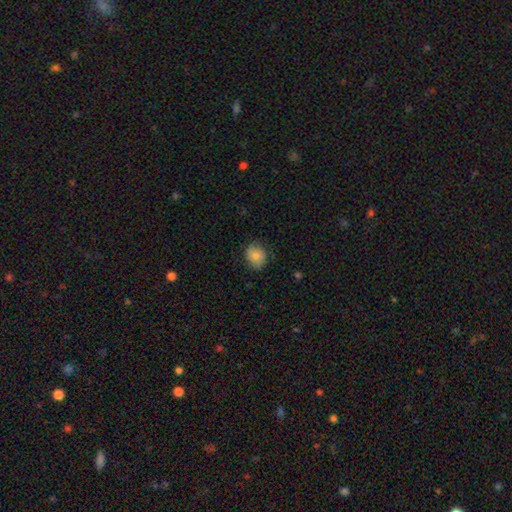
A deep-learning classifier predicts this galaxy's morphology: Smooth or featured: smooth — 77% (featured or disk — 16%)
How rounded: round — 65% (in between — 34%)
Merging: none — 73% (minor disturbance — 20%)